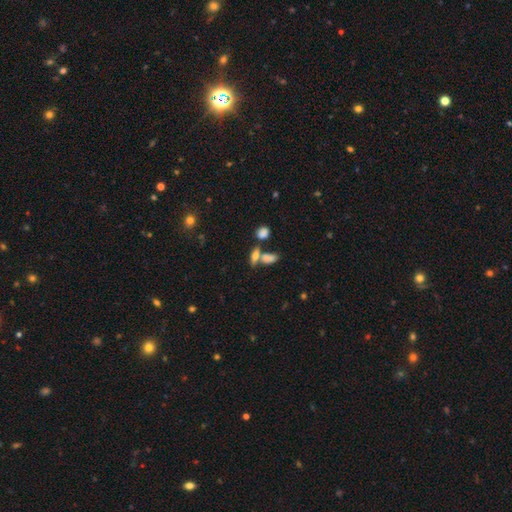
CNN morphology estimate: This appears to be a smooth galaxy with no disk features (65%) that is in between round and cigar-shaped (68%). Merging: none (44%).